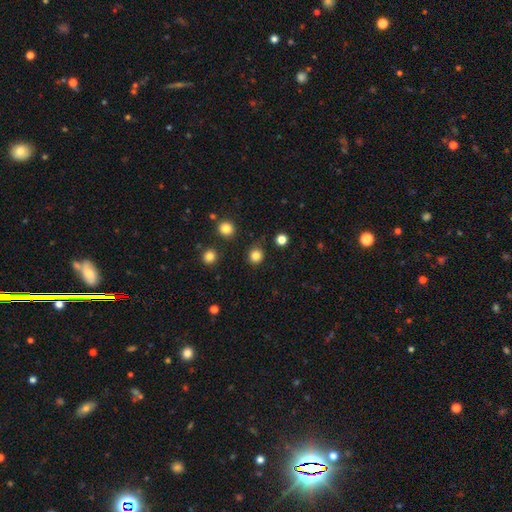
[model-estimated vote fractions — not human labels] Smooth or featured? Predicted: smooth (p=0.83). How rounded? Predicted: round (p=0.90). Merging? Predicted: none (p=0.86).